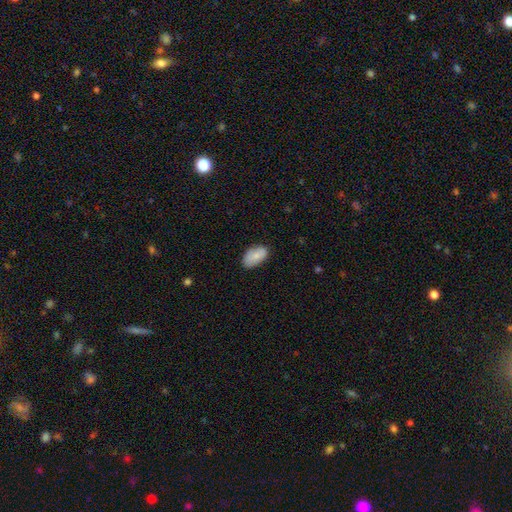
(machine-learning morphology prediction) Smooth or featured?
  - smooth: 77% *
  - featured or disk: 16%
  - star or artifact: 7%
How rounded?
  - in between: 93% *
  - round: 5%
  - cigar-shaped: 2%
Merging?
  - none: 73% *
  - minor disturbance: 21%
  - major disturbance: 4%
  - merger: 2%